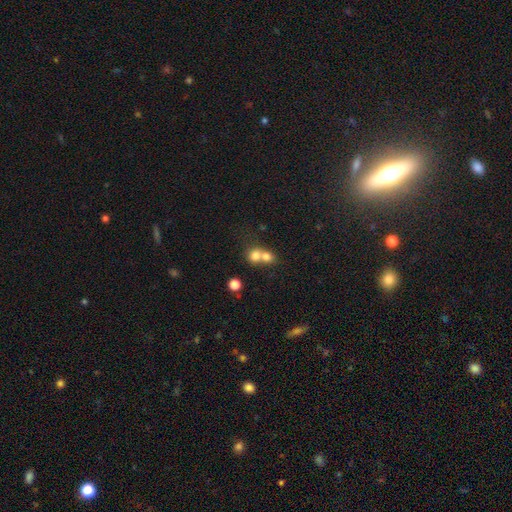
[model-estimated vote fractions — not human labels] The model was most divided on "merging": merger: 66%, none: 26%, minor disturbance: 5%, major disturbance: 3%. More confident: how rounded — round (77%); smooth or featured — smooth (75%).